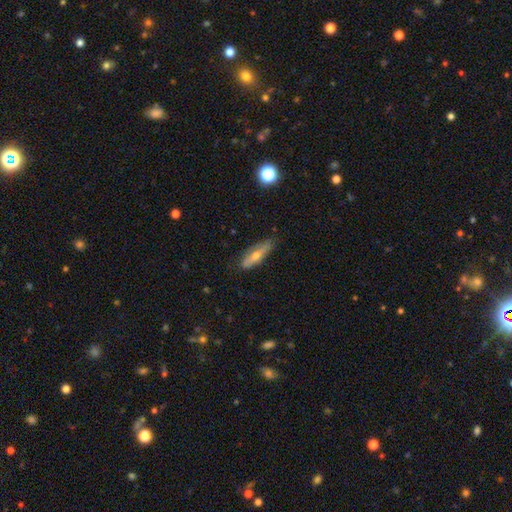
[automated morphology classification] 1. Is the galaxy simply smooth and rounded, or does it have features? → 47% featured or disk, 46% smooth, 7% star or artifact.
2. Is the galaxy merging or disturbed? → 78% none, 18% minor disturbance, 3% major disturbance, 1% merger.